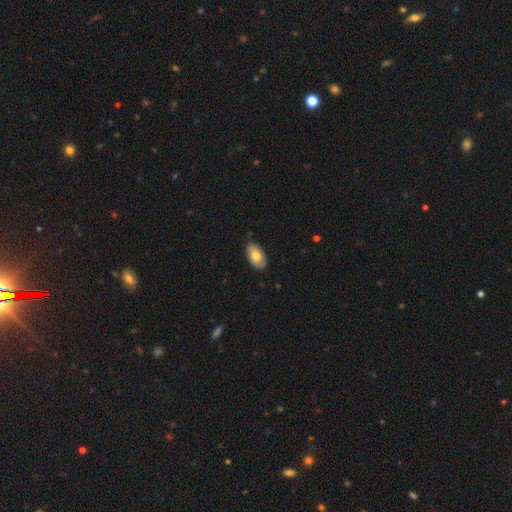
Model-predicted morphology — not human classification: A smooth galaxy with no disk features (76%) that is in between round and cigar-shaped (95%).

Vote fractions:
- Smooth or featured? smooth: 76% / featured or disk: 17% / star or artifact: 6%
- How rounded? in between: 95% / round: 4% / cigar-shaped: 2%
- Merging? none: 81% / minor disturbance: 16% / major disturbance: 2% / merger: 1%